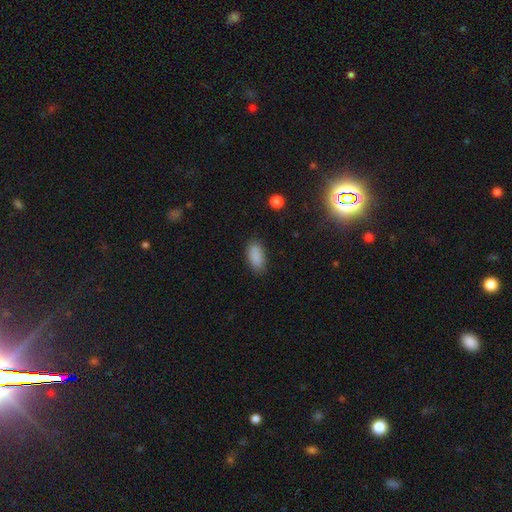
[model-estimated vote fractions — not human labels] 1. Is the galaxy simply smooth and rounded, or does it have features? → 88% smooth, 8% star or artifact, 4% featured or disk.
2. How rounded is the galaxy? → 91% in between, 6% cigar-shaped, 3% round.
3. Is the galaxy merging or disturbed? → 83% none, 13% minor disturbance, 3% major disturbance, 1% merger.